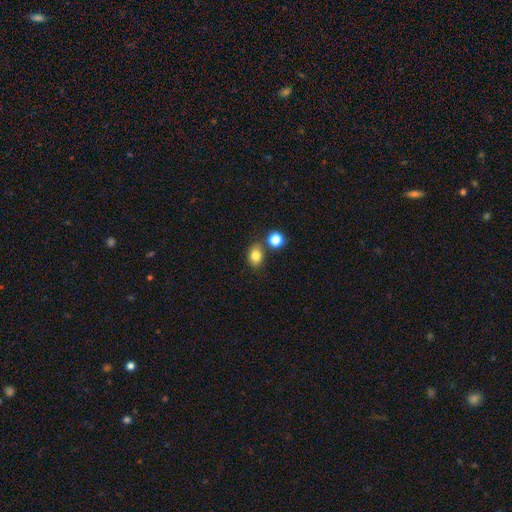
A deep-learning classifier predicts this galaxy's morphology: Overall: smooth (81%). How rounded: in between (58%; round 41%). Merging: none (69%).